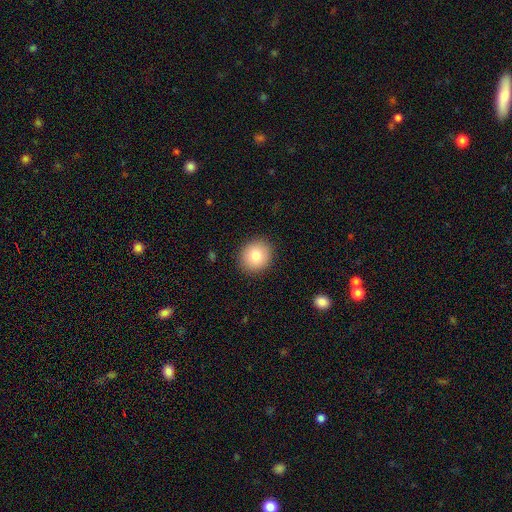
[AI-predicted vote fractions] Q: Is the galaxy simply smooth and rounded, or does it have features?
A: smooth — 80%.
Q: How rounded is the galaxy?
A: round — 81%.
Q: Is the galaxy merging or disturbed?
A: none — 90%.